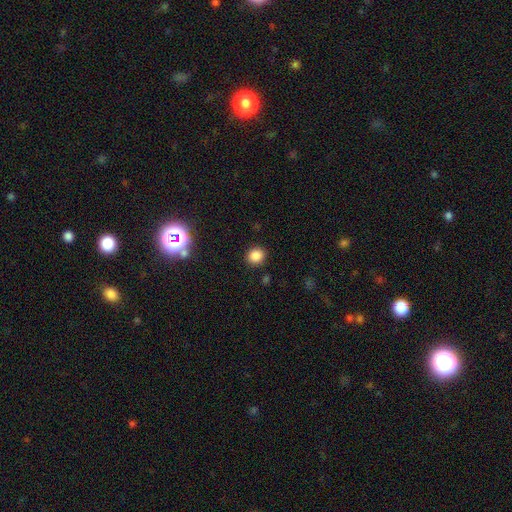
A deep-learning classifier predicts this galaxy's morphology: type=smooth (84%); roundness=round (82%); merging=none (89%).